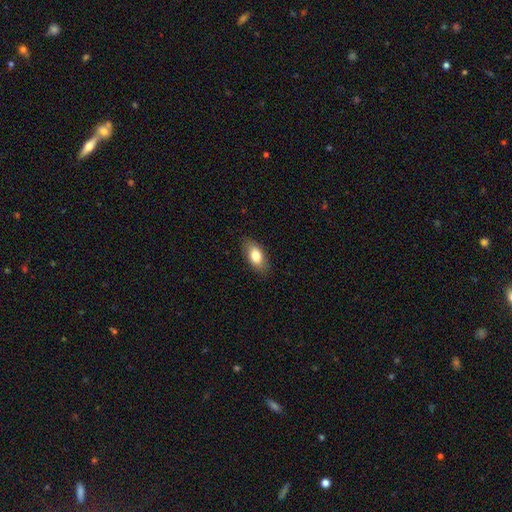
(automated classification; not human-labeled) A smooth galaxy with no disk features (79%) that is in between round and cigar-shaped (89%). Merging: none (84%).